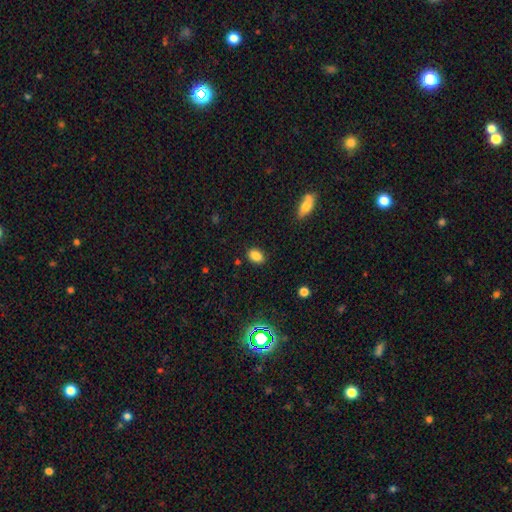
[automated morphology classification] A smooth galaxy with no disk features (84%) that is in between round and cigar-shaped (80%). Merging: none (84%).